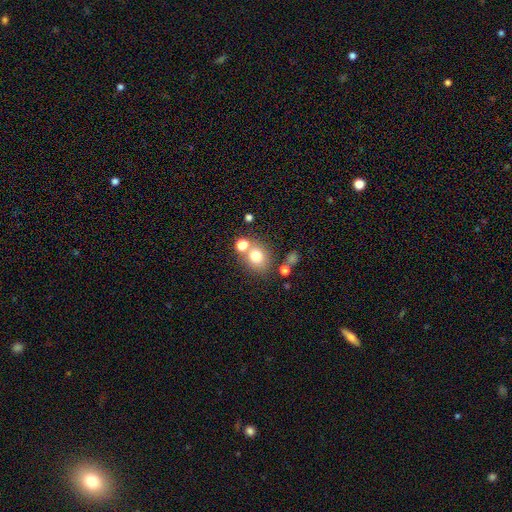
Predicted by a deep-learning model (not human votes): smooth_or_featured: smooth (p=0.74) [alt: star or artifact p=0.14]
how_rounded: round (p=0.68) [alt: in between p=0.31]
merging: none (p=0.62) [alt: merger p=0.22]